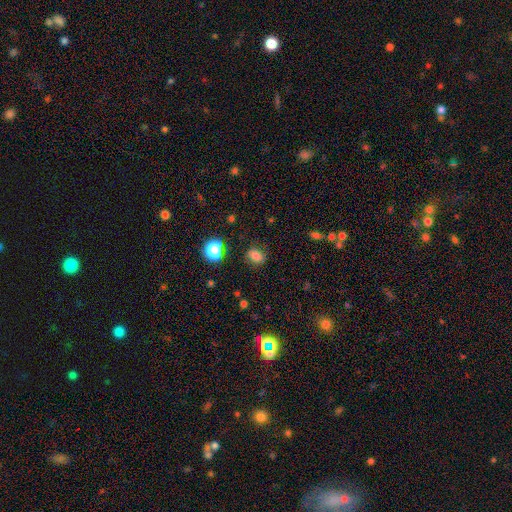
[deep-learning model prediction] Overall: smooth (76%). How rounded: in between (56%; round 42%). Merging: none (81%).